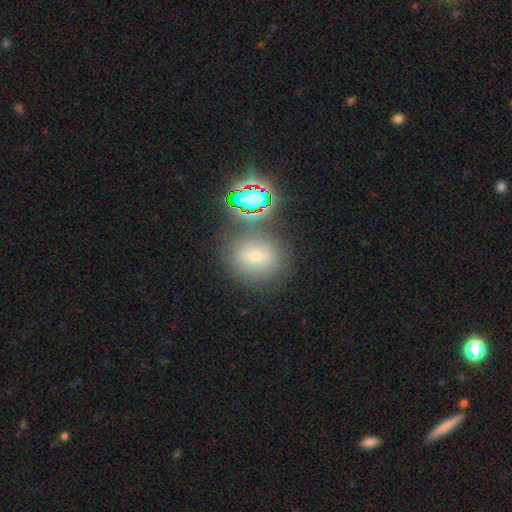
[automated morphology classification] type=smooth (61%); roundness=round (66%); merging=none (73%).